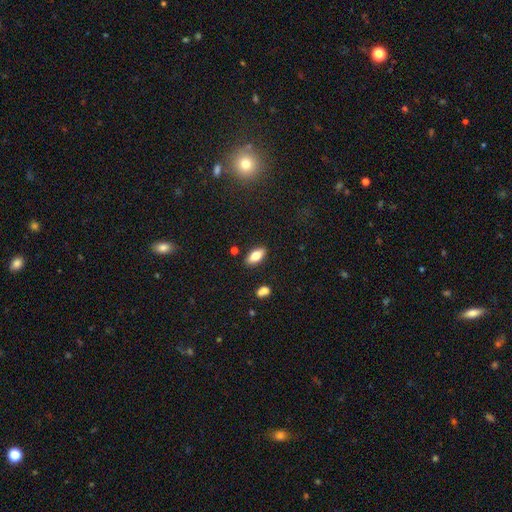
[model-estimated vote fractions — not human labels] Morphology: type=smooth (75%); roundness=in between (86%); merging=none (87%).